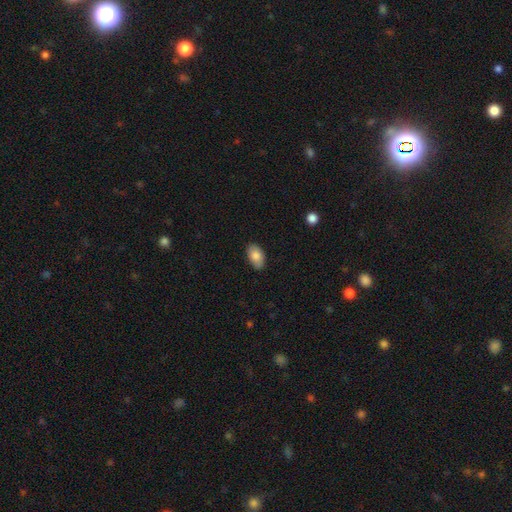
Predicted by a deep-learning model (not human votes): Smooth or featured?
  - smooth: 84% *
  - featured or disk: 9%
  - star or artifact: 7%
How rounded?
  - in between: 93% *
  - round: 5%
  - cigar-shaped: 1%
Merging?
  - none: 85% *
  - minor disturbance: 12%
  - major disturbance: 2%
  - merger: 1%